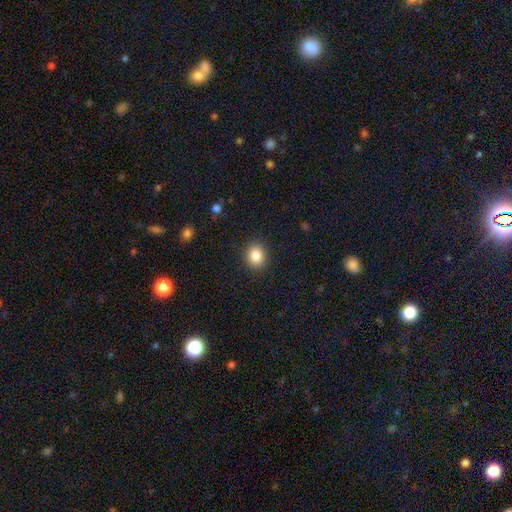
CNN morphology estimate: Smooth or featured? smooth (85%)
How rounded? round (68%)
Merging? none (90%)